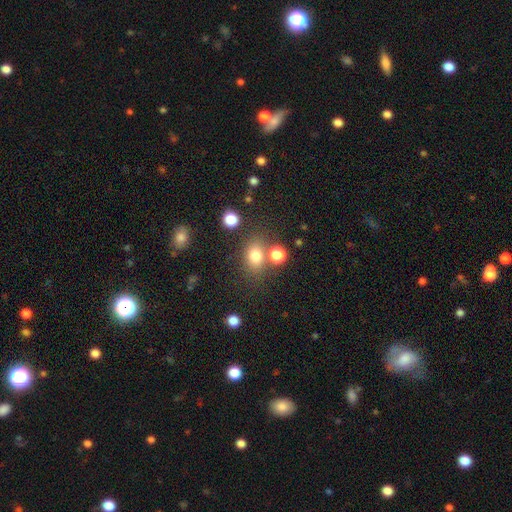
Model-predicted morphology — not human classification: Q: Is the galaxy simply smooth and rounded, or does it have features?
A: smooth — 77%.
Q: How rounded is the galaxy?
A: in between — 60%.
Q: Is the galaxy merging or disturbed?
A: none — 68%.